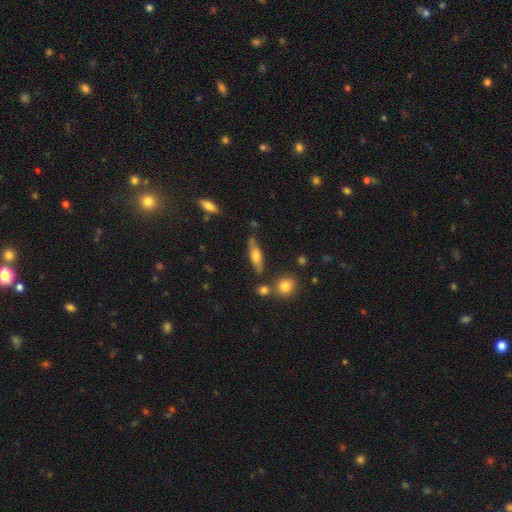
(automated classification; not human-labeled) This is likely a smooth galaxy (61%). How rounded: possibly in between (51%). Merging: likely none (70%).